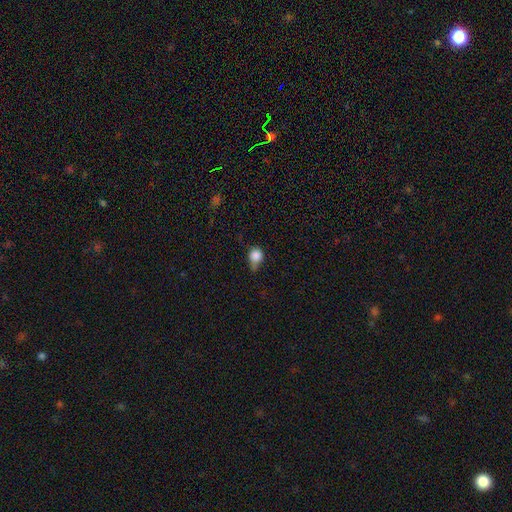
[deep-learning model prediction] The model was most divided on "merging": minor disturbance: 41%, none: 38%, major disturbance: 14%, merger: 7%. More confident: smooth or featured — smooth (83%); how rounded — round (77%).